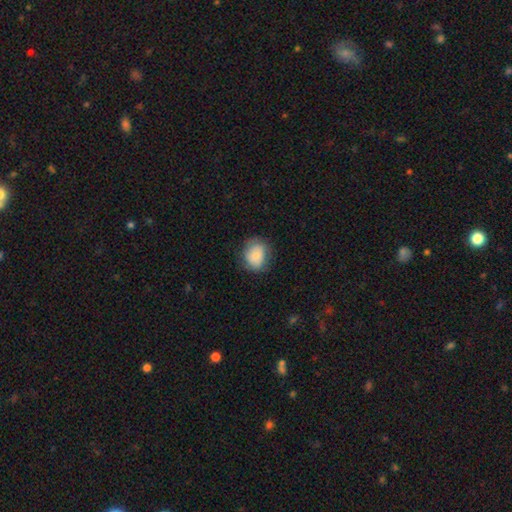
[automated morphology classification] smooth-or-featured: smooth: 79% | featured or disk: 14% | star or artifact: 7%
  how-rounded: round: 58% | in between: 41% | cigar-shaped: 1%
  merging: none: 73% | minor disturbance: 20% | major disturbance: 7% | merger: 1%